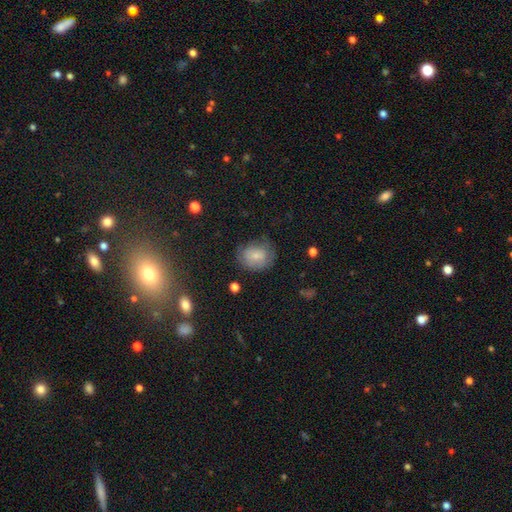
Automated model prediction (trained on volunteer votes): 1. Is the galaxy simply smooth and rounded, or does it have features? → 72% smooth, 19% featured or disk, 9% star or artifact.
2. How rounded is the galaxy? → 62% round, 37% in between, 1% cigar-shaped.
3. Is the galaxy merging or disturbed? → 63% none, 25% minor disturbance, 11% major disturbance, 2% merger.